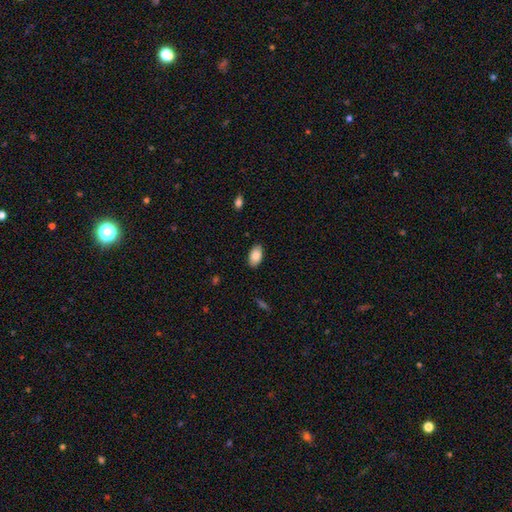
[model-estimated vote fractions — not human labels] The model was most divided on "merging": none: 87%, minor disturbance: 10%, major disturbance: 2%, merger: 1%. More confident: how rounded — in between (94%); smooth or featured — smooth (86%).